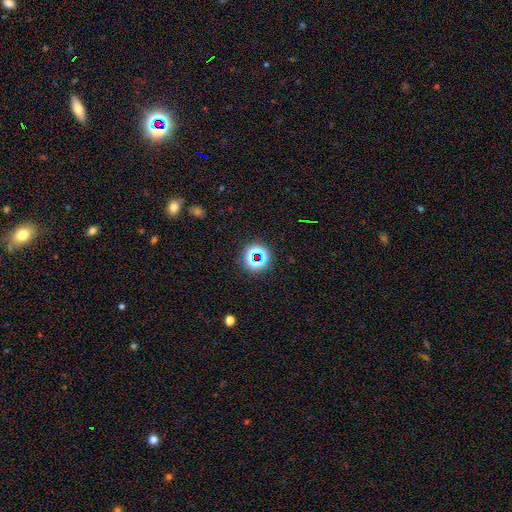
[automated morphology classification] smooth_or_featured: star or artifact (p=0.61) [alt: smooth p=0.29]